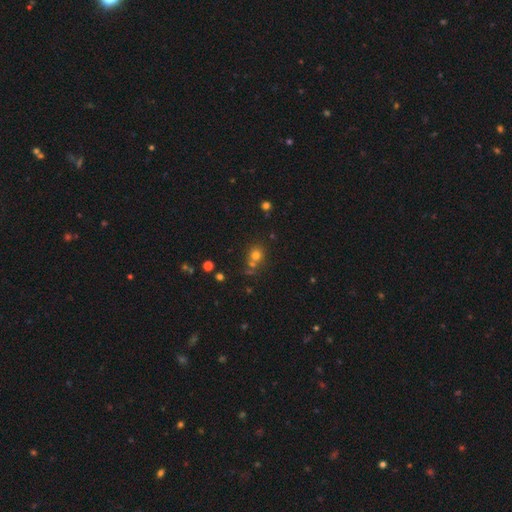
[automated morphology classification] smooth 71%, star or artifact 19%, featured or disk 10%. Down the decision tree: how rounded — round (81%); merging — none (61%).